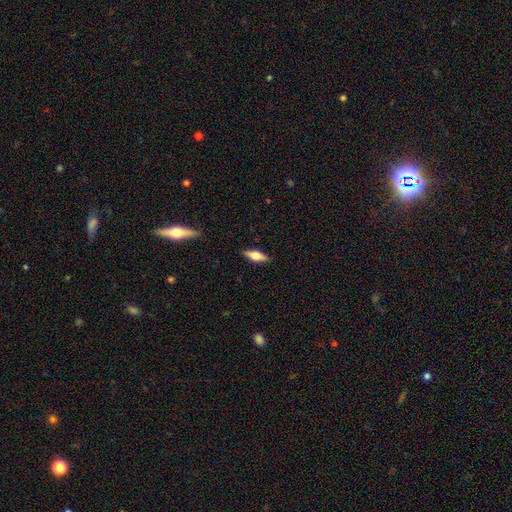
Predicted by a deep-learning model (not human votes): This appears to be a featured or disk galaxy (48%). Merging: none (88%).